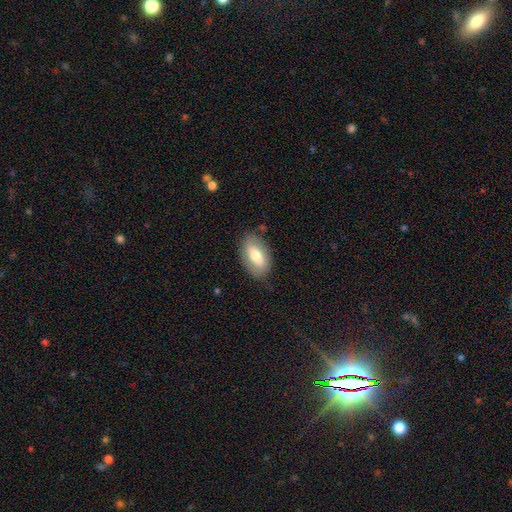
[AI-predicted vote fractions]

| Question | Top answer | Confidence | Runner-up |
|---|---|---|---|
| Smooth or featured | smooth | 65% | featured or disk (29%) |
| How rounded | in between | 92% | round (5%) |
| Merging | none | 77% | minor disturbance (17%) |